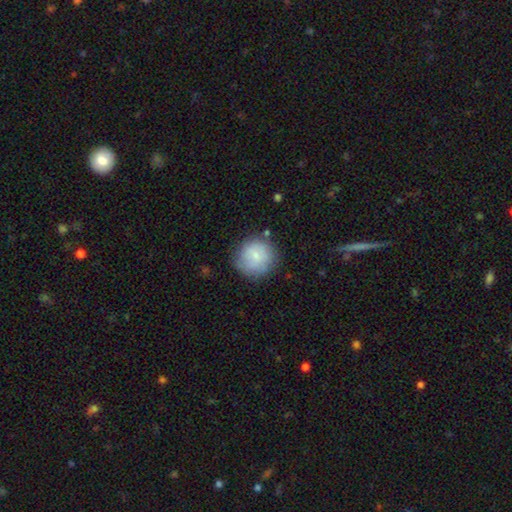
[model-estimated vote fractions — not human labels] Q: Smooth or featured?
A: smooth (78%); runner-up: featured or disk (15%)
Q: How rounded?
A: round (94%); runner-up: in between (5%)
Q: Merging?
A: none (76%); runner-up: minor disturbance (15%)